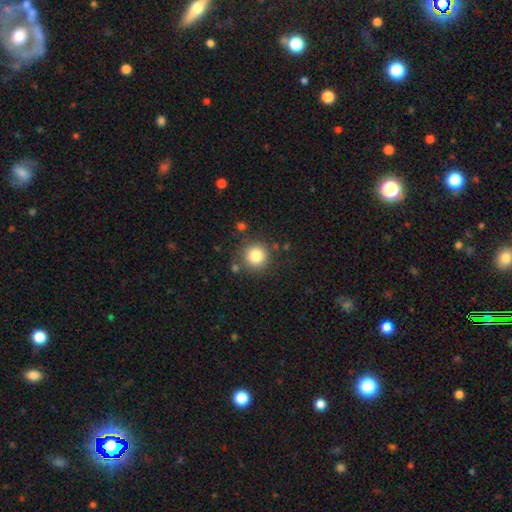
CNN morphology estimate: type=smooth (82%); roundness=round (94%); merging=none (83%).